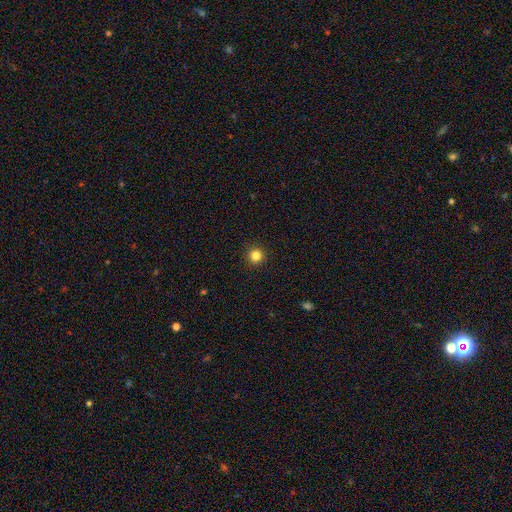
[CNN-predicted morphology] Smooth or featured: smooth — 83% (star or artifact — 12%)
How rounded: round — 96% (in between — 3%)
Merging: none — 93% (minor disturbance — 4%)